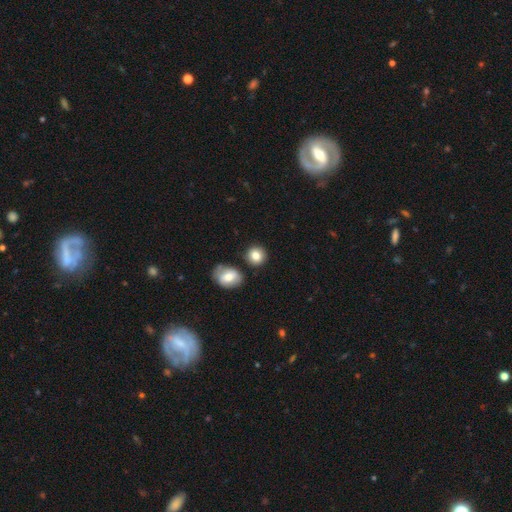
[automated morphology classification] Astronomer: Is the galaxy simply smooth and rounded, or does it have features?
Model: smooth — 82%.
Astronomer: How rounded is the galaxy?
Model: round — 83%.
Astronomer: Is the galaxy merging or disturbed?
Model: none — 79%.